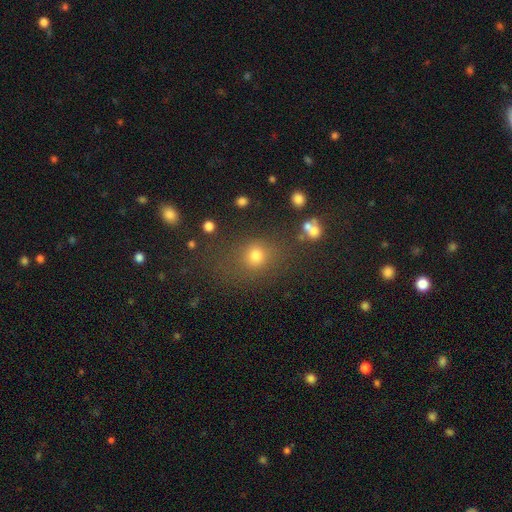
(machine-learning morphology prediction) smooth 71%, star or artifact 20%, featured or disk 9%. Down the decision tree: how rounded — round (72%); merging — none (71%).